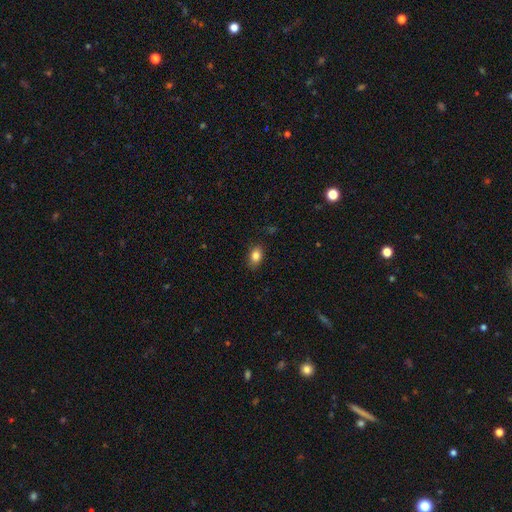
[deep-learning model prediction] smooth-or-featured: smooth: 84% | star or artifact: 9% | featured or disk: 7%
  how-rounded: in between: 84% | round: 15% | cigar-shaped: 2%
  merging: none: 85% | minor disturbance: 12% | major disturbance: 3% | merger: 1%